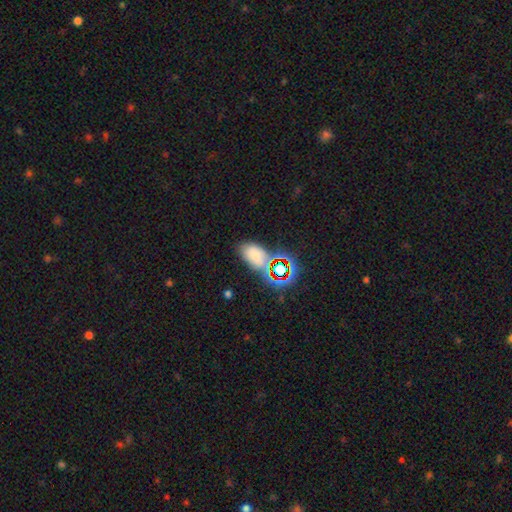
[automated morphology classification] smooth_or_featured: smooth (p=0.60) [alt: star or artifact p=0.28]
how_rounded: in between (p=0.88) [alt: round p=0.10]
merging: none (p=0.56) [alt: minor disturbance p=0.20]